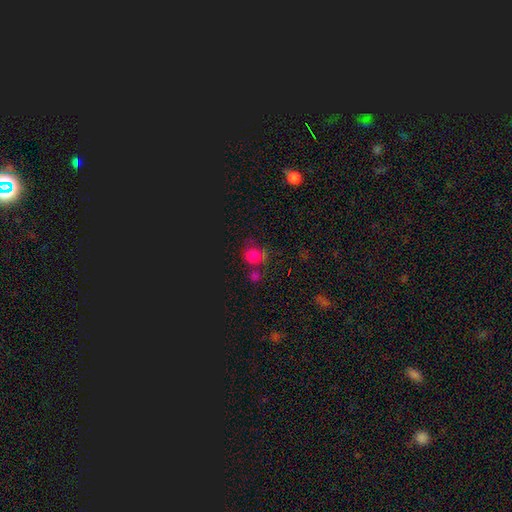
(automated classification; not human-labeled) This is likely a smooth galaxy (62%). How rounded: clearly round (82%). Merging: possibly none (51%).